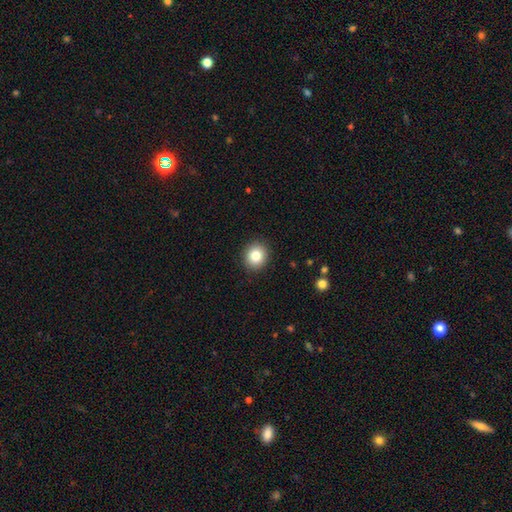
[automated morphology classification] Q: Smooth or featured?
A: smooth (83%); runner-up: star or artifact (10%)
Q: How rounded?
A: round (81%); runner-up: in between (18%)
Q: Merging?
A: none (91%); runner-up: minor disturbance (6%)